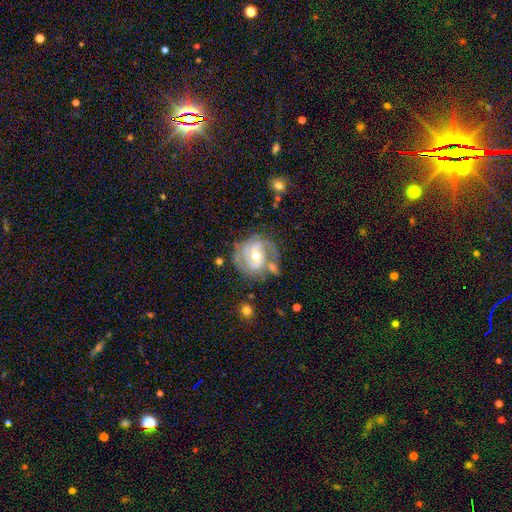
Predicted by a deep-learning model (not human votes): Overall: featured or disk (85%). Edge-on disk: no (98%). Bar: weak (45%; no 34%). Spiral arms: yes (92%). Spiral arm count: 2 (73%). Spiral winding: medium (44%; tight 42%). Bulge size: moderate (71%). Merging: none (57%; minor disturbance 21%).